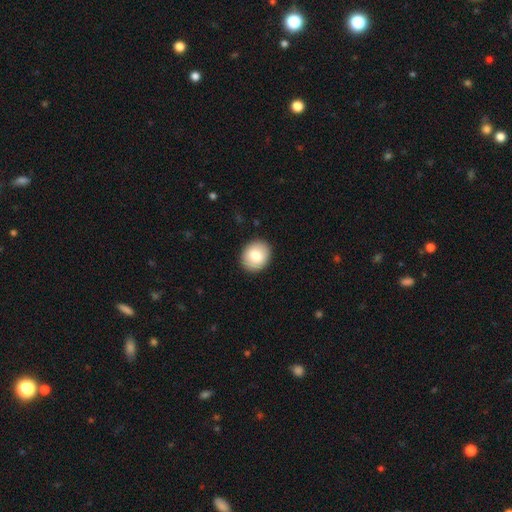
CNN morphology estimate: Smooth or featured? Predicted: smooth (p=0.81). How rounded? Predicted: round (p=0.64). Merging? Predicted: none (p=0.91).